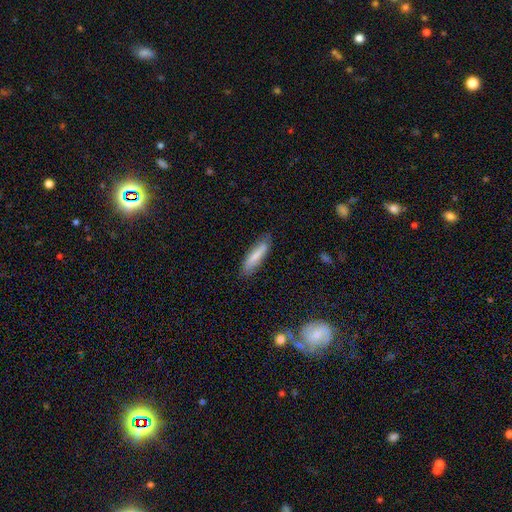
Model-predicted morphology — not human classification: This appears to be a smooth galaxy with no disk features (78%) that is cigar-shaped (78%). Merging: none (78%).